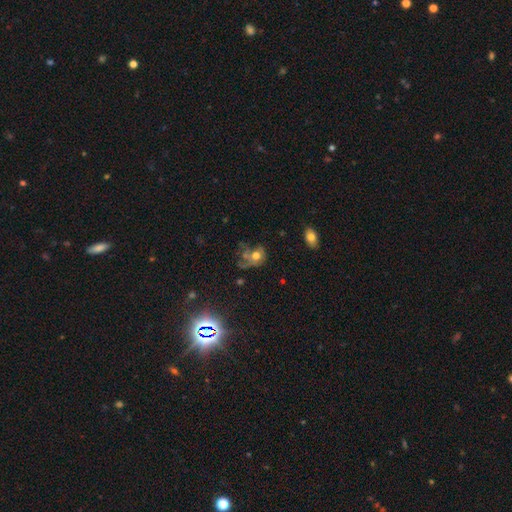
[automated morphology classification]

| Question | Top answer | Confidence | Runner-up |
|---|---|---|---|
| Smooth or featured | smooth | 52% | featured or disk (31%) |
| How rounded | round | 55% | in between (44%) |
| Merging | major disturbance | 35% | none (32%) |